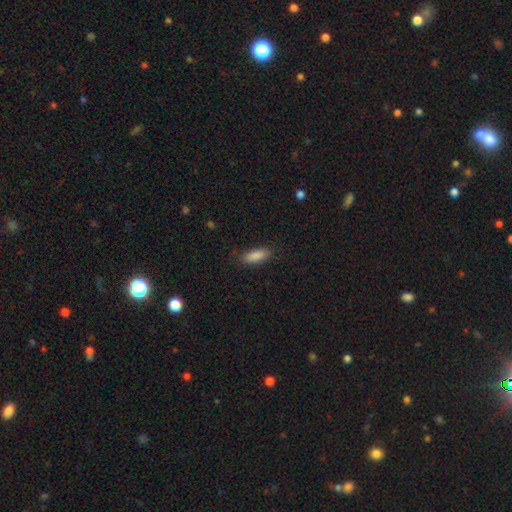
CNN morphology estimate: Overall: smooth (89%). How rounded: in between (73%). Merging: none (85%).